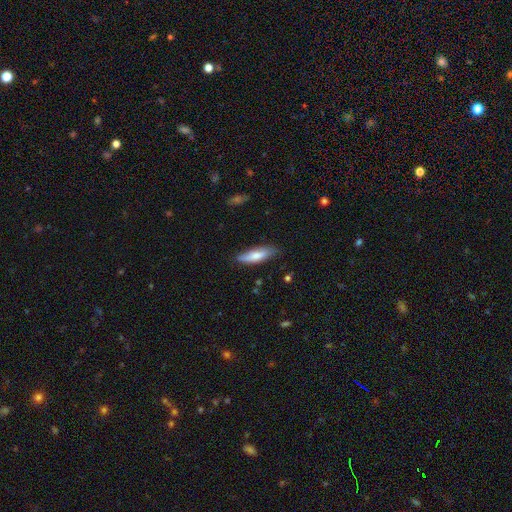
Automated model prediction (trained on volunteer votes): Smooth or featured? smooth (74%)
How rounded? cigar-shaped (54%)
Merging? none (78%)